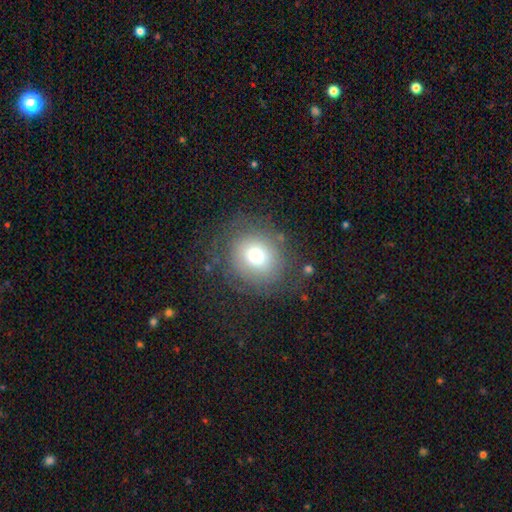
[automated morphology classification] type=smooth (62%); roundness=round (82%); merging=none (73%).